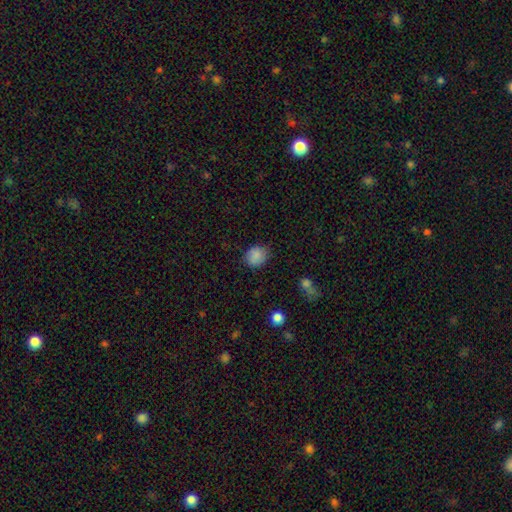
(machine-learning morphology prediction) Smooth or featured? smooth (86%)
How rounded? round (66%)
Merging? none (78%)